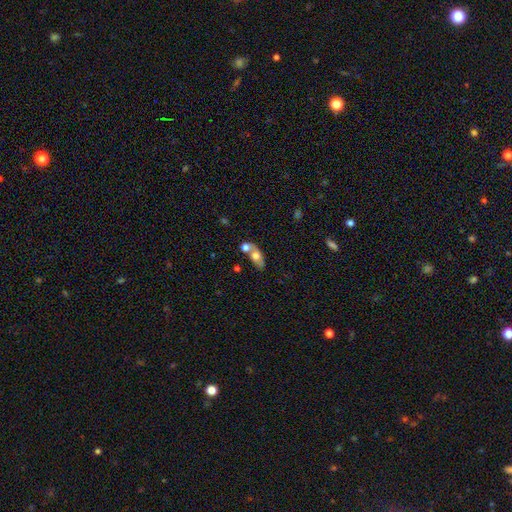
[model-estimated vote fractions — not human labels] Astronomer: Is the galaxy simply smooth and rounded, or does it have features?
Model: smooth — 58% (runner-up: featured or disk, 34%).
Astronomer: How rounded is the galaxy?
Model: in between — 80%.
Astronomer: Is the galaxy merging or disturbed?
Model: merger — 44% (runner-up: none, 37%).